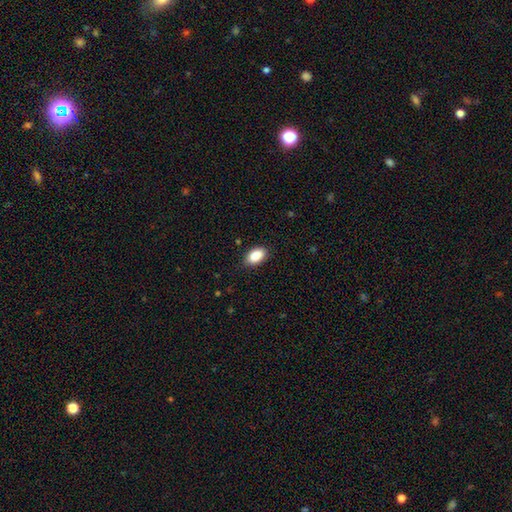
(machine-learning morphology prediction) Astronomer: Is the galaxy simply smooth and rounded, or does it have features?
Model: smooth — 89%.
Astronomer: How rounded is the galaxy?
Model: in between — 92%.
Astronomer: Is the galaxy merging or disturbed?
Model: none — 85%.